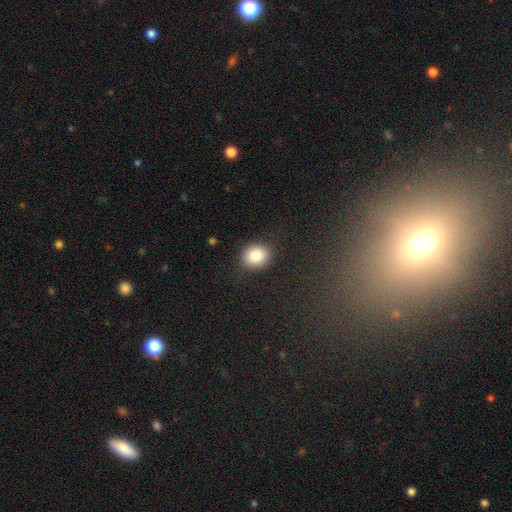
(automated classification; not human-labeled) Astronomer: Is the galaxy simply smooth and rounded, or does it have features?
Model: smooth — 86%.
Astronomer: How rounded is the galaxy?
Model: round — 54% (runner-up: in between, 45%).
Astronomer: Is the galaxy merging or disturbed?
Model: none — 85%.